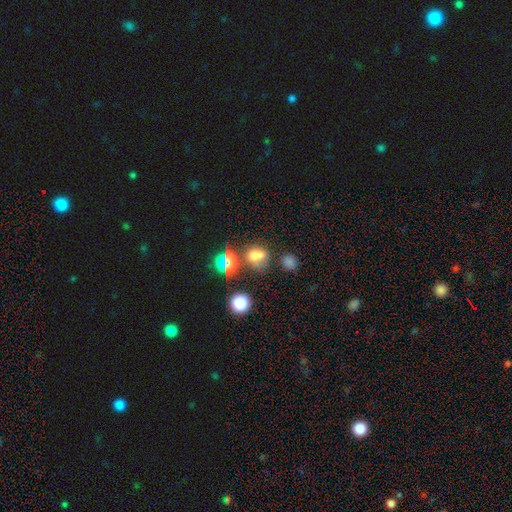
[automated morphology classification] This appears to be a smooth galaxy with no disk features (56%) that is round (50%). Merging: none (51%).